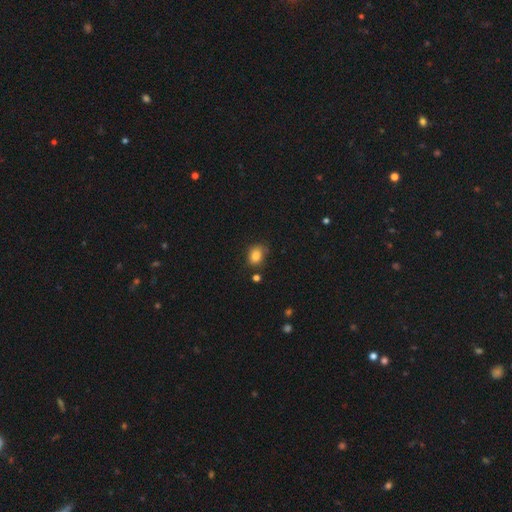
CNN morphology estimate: This appears to be a smooth galaxy with no disk features (83%) that is in between round and cigar-shaped (61%). Merging: none (69%).